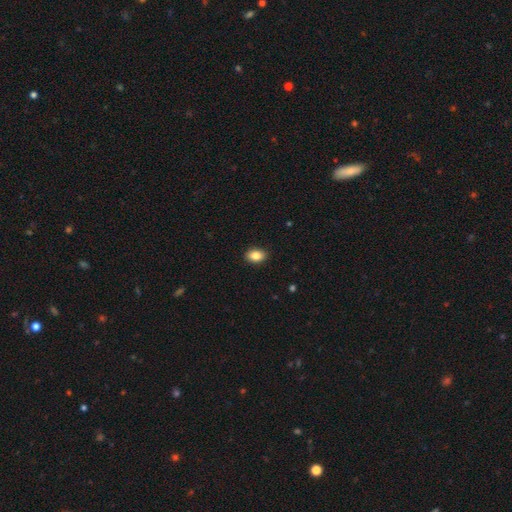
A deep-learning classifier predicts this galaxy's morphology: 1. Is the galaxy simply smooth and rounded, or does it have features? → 86% smooth, 8% star or artifact, 6% featured or disk.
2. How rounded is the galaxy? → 81% in between, 18% round, 1% cigar-shaped.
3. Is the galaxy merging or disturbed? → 90% none, 7% minor disturbance, 2% major disturbance, 1% merger.